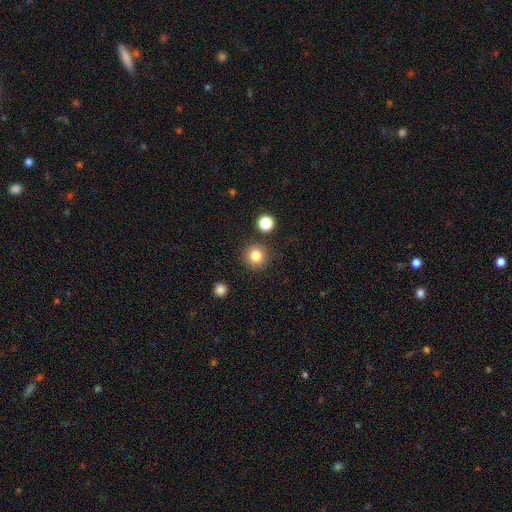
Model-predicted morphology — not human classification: smooth-or-featured: smooth: 83% | star or artifact: 11% | featured or disk: 6%
  how-rounded: round: 94% | in between: 5% | cigar-shaped: 1%
  merging: none: 88% | minor disturbance: 6% | merger: 3% | major disturbance: 2%